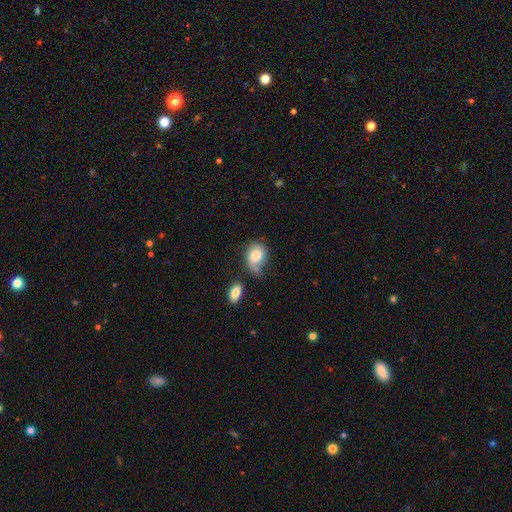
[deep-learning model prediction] A smooth galaxy with no disk features (70%) that is in between round and cigar-shaped (57%).

Vote fractions:
- Smooth or featured? smooth: 70% / featured or disk: 21% / star or artifact: 8%
- How rounded? in between: 57% / round: 41% / cigar-shaped: 1%
- Merging? none: 33% / minor disturbance: 31% / major disturbance: 21% / merger: 15%